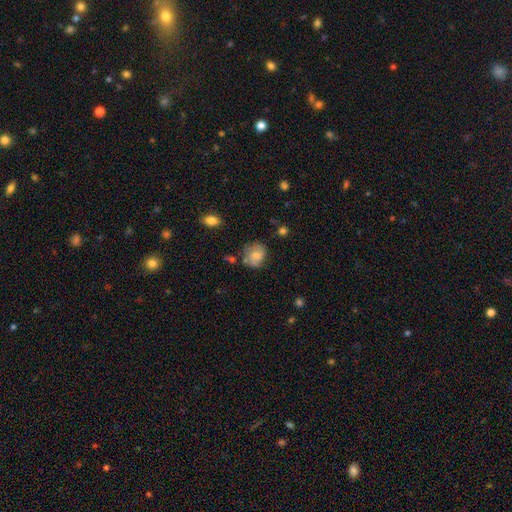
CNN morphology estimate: smooth 65%, featured or disk 26%, star or artifact 9%. Down the decision tree: how rounded — round (64%); merging — none (57%).